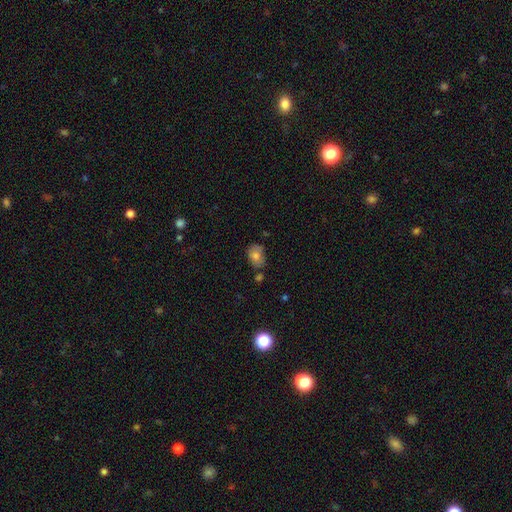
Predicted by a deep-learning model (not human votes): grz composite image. It shows a smooth galaxy with no disk features (75%) that is in between round and cigar-shaped (75%). Merging: none (59%).